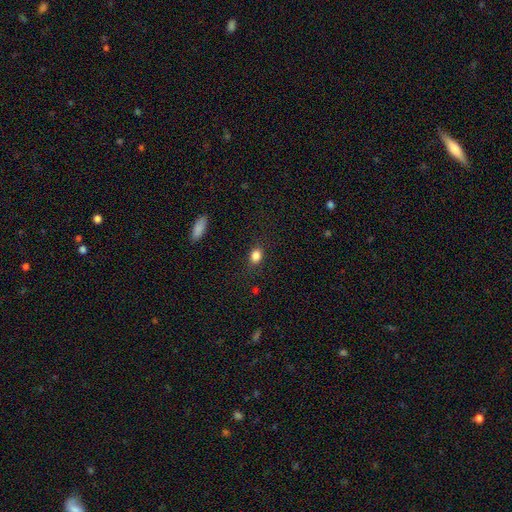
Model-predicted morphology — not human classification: smooth-or-featured: smooth: 85% | star or artifact: 10% | featured or disk: 5%
  how-rounded: in between: 59% | round: 39% | cigar-shaped: 2%
  merging: none: 83% | minor disturbance: 12% | major disturbance: 4% | merger: 1%